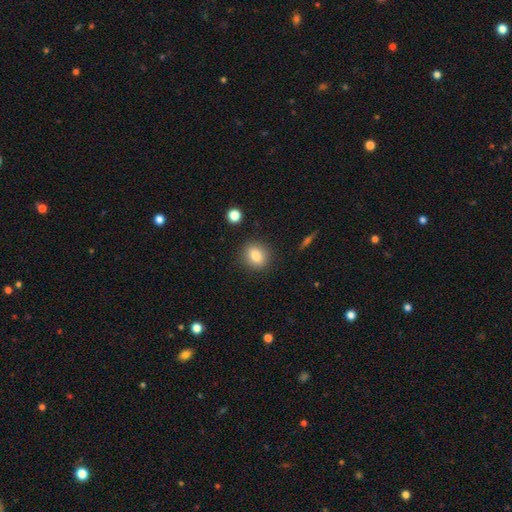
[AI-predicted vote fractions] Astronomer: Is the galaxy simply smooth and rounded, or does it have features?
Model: smooth — 81%.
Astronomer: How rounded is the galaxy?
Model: round — 57% (runner-up: in between, 40%).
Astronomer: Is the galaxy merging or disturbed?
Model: none — 88%.